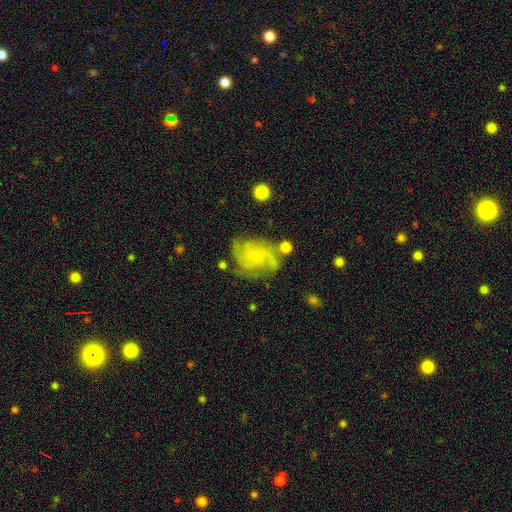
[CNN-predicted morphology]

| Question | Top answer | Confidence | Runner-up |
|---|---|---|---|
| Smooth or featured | featured or disk | 63% | smooth (25%) |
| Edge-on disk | no | 97% | yes (3%) |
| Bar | no | 76% | weak (21%) |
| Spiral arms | yes | 88% | no (12%) |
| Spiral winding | medium | 41% | tight (40%) |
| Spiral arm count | can't tell | 32% | 2 (27%) |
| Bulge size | small | 55% | none (28%) |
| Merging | none | 63% | minor disturbance (21%) |